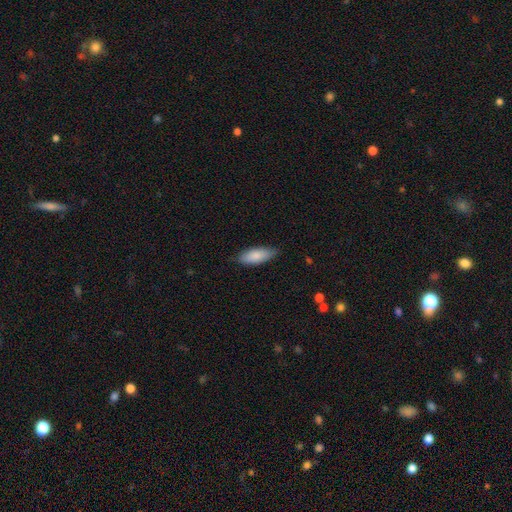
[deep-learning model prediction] This appears to be a smooth galaxy with no disk features (85%) that is in between round and cigar-shaped (78%). Merging: none (80%).